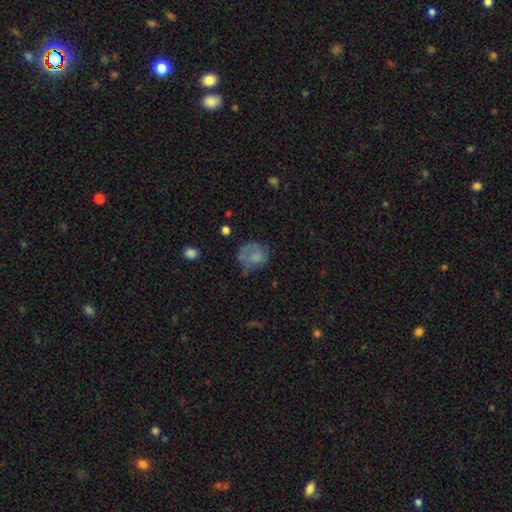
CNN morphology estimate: Smooth or featured? Predicted: smooth (p=0.68). How rounded? Predicted: round (p=0.71). Merging? Predicted: none (p=0.45).